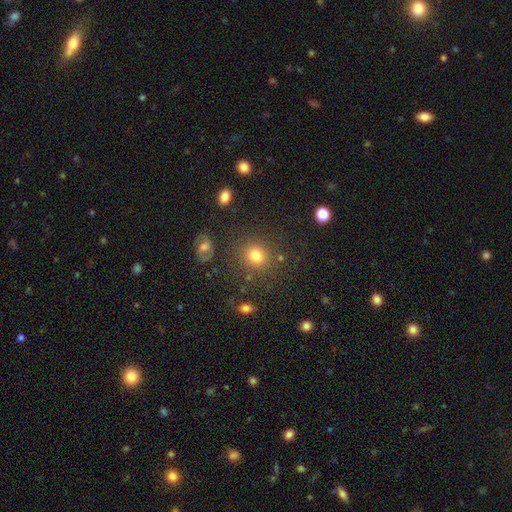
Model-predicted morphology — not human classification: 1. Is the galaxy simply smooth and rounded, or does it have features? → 79% smooth, 14% star or artifact, 7% featured or disk.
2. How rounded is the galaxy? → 84% round, 15% in between, 1% cigar-shaped.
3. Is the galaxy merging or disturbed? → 79% none, 10% minor disturbance, 5% merger, 5% major disturbance.